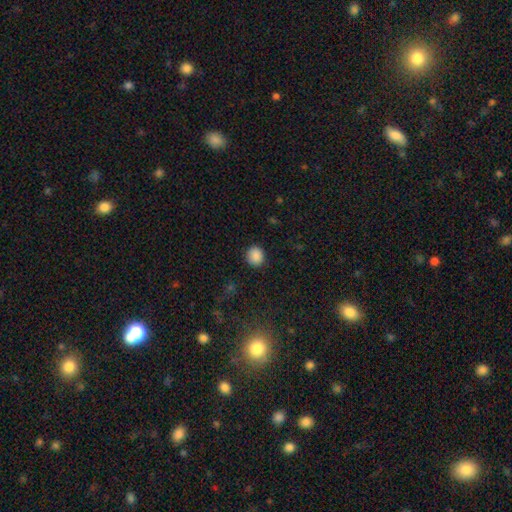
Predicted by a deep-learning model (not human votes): Morphology: type=smooth (87%); roundness=round (85%); merging=none (89%).